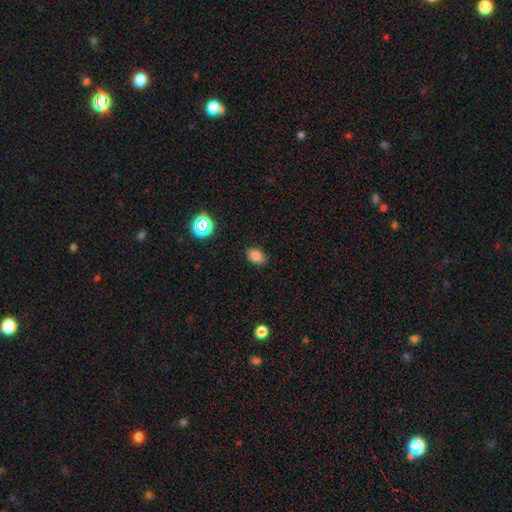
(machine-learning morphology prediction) Q: Smooth or featured?
A: smooth (81%); runner-up: star or artifact (13%)
Q: How rounded?
A: in between (83%); runner-up: round (15%)
Q: Merging?
A: none (86%); runner-up: minor disturbance (11%)